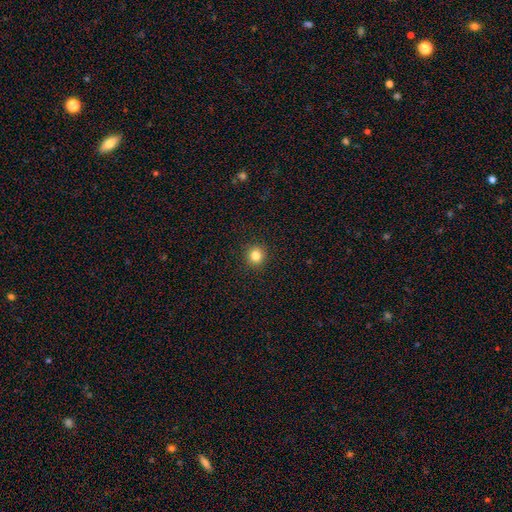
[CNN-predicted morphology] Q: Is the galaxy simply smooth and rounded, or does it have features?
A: smooth — 83%.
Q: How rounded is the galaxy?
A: round — 94%.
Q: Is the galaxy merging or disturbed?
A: none — 93%.